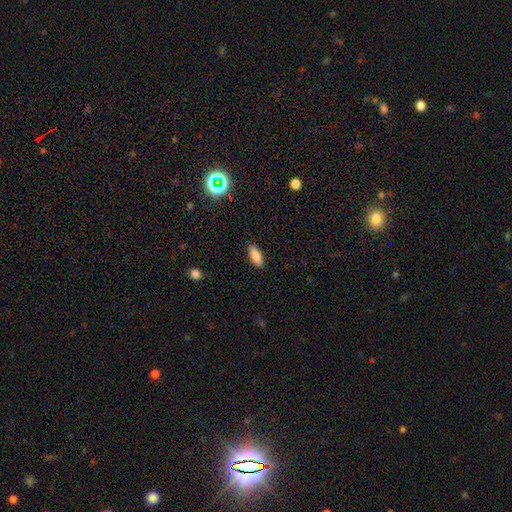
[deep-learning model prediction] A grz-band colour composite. It shows a smooth galaxy with no disk features (85%) that is in between round and cigar-shaped (74%). Merging: none (88%).